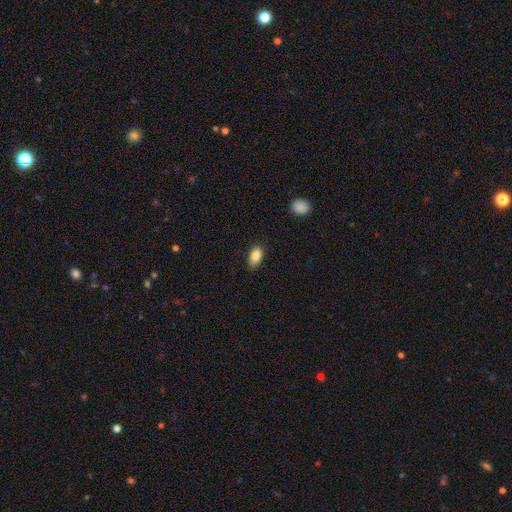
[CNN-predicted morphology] A smooth galaxy with no disk features (86%) that is in between round and cigar-shaped (90%). Merging: none (80%).